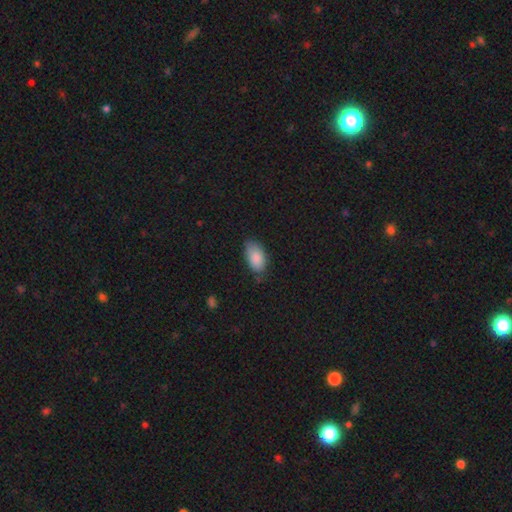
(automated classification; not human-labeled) Q: Smooth or featured?
A: smooth (87%); runner-up: star or artifact (7%)
Q: How rounded?
A: in between (94%); runner-up: round (3%)
Q: Merging?
A: none (68%); runner-up: minor disturbance (27%)